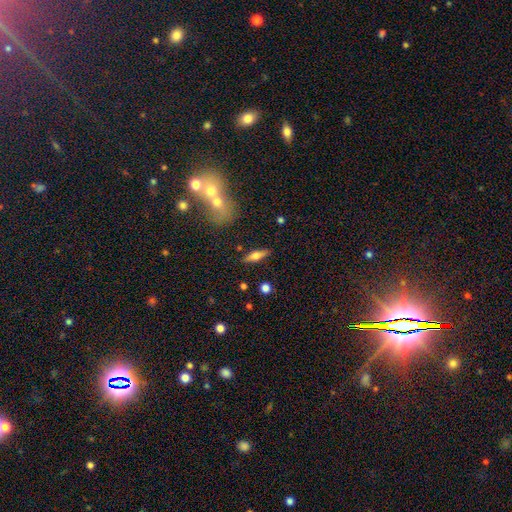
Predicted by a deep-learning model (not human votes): featured or disk 49%, smooth 43%, star or artifact 7%. Down the decision tree: merging — none (86%).